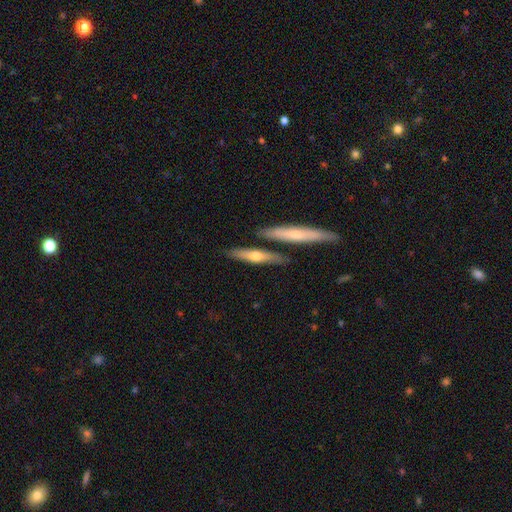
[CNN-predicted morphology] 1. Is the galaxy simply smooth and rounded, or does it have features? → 49% smooth, 46% featured or disk, 5% star or artifact.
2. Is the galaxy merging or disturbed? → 74% none, 13% merger, 10% minor disturbance, 3% major disturbance.